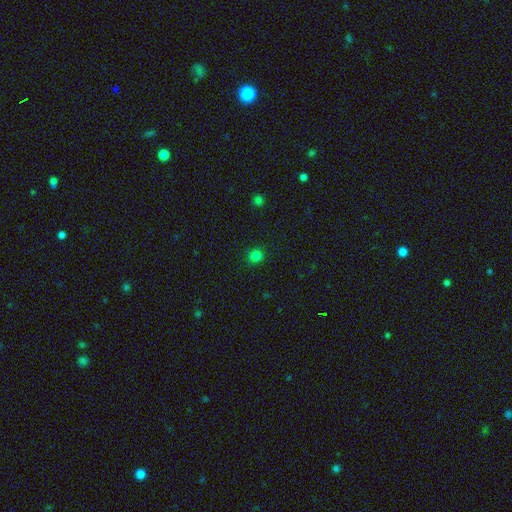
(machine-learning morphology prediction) The model was most divided on "smooth or featured": smooth: 81%, star or artifact: 16%, featured or disk: 3%. More confident: merging — none (90%); how rounded — round (89%).